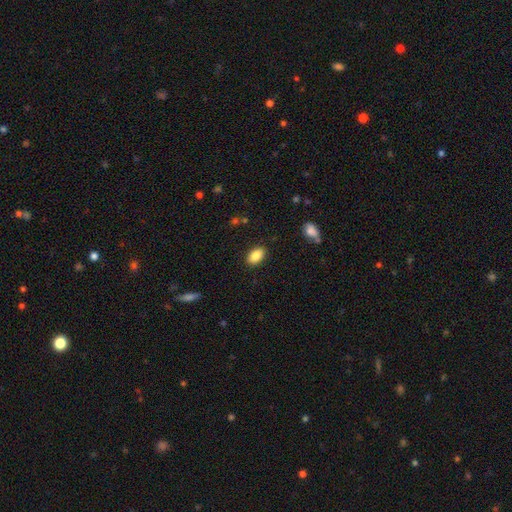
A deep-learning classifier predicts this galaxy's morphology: Smooth or featured? smooth (86%)
How rounded? in between (91%)
Merging? none (88%)